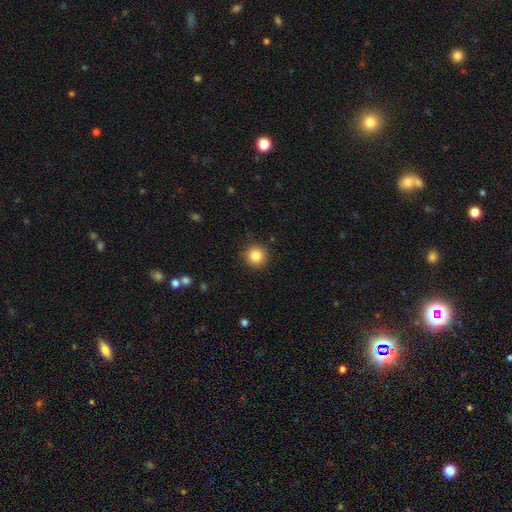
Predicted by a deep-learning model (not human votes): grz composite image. It shows a smooth galaxy with no disk features (85%) that is round (95%). Merging: none (91%).